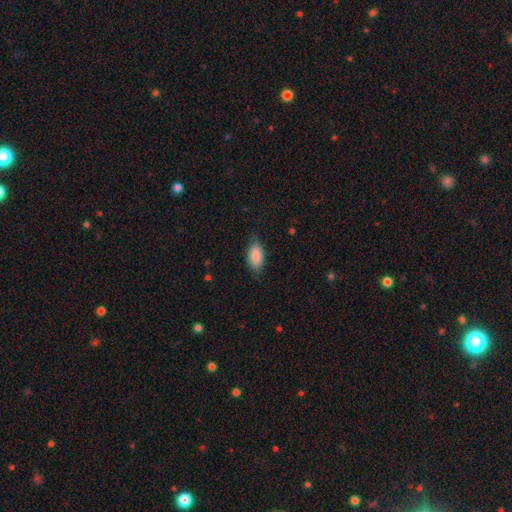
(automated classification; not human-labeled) Overall: smooth (86%). How rounded: in between (89%). Merging: none (72%).